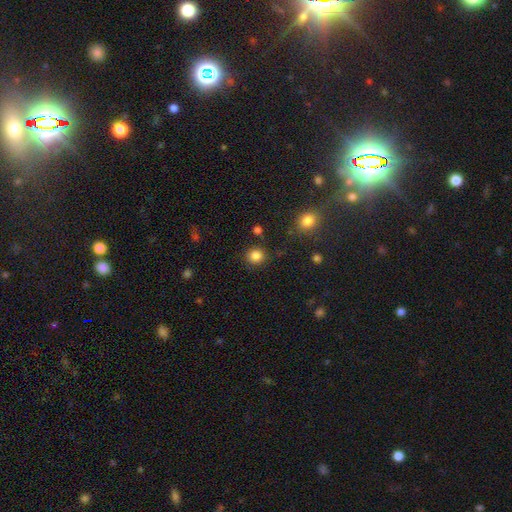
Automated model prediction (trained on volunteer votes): Smooth or featured?
  - smooth: 85% *
  - star or artifact: 11%
  - featured or disk: 4%
How rounded?
  - round: 86% *
  - in between: 13%
  - cigar-shaped: 1%
Merging?
  - none: 85% *
  - minor disturbance: 9%
  - merger: 4%
  - major disturbance: 3%